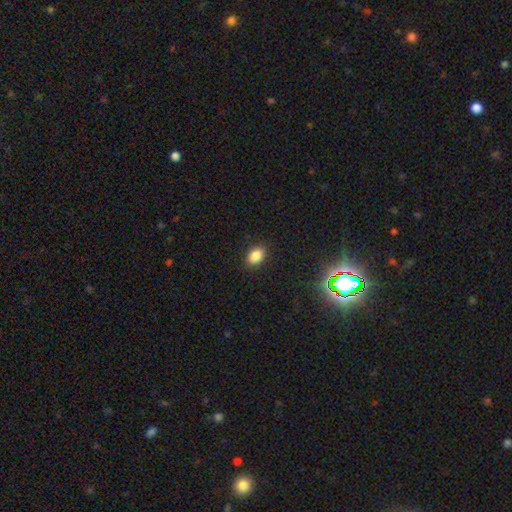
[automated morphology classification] smooth_or_featured: smooth (p=0.85) [alt: star or artifact p=0.10]
how_rounded: in between (p=0.84) [alt: round p=0.14]
merging: none (p=0.89) [alt: minor disturbance p=0.08]